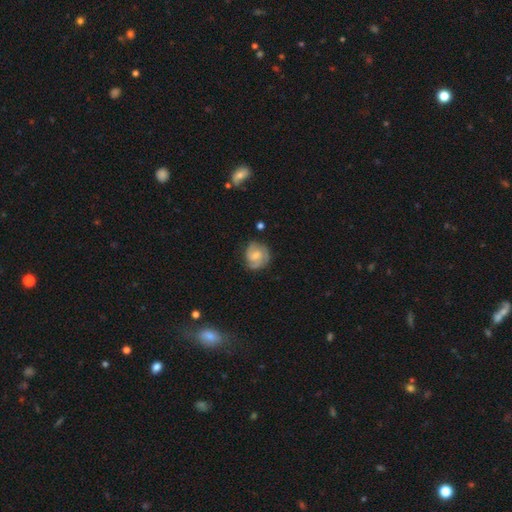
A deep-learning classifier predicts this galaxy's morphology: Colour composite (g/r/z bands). It shows a featured or disk galaxy (69%) with no bar (53%), 2 (62%) tight (52%) spiral arms (93%) and a moderate central bulge (40%). Merging: none (72%).